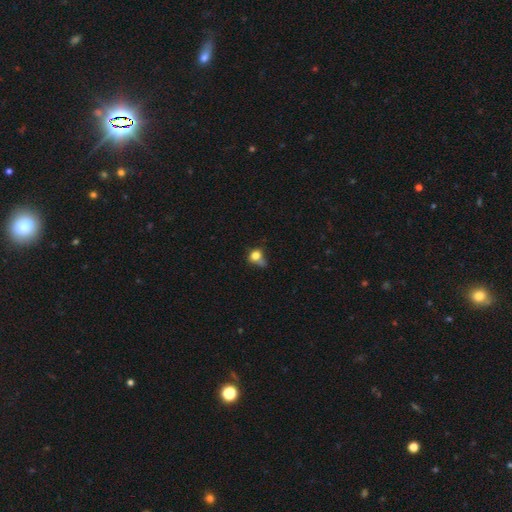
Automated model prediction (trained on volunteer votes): smooth-or-featured: smooth: 76% | star or artifact: 13% | featured or disk: 12%
  how-rounded: round: 66% | in between: 33% | cigar-shaped: 2%
  merging: none: 37% | minor disturbance: 31% | major disturbance: 20% | merger: 12%